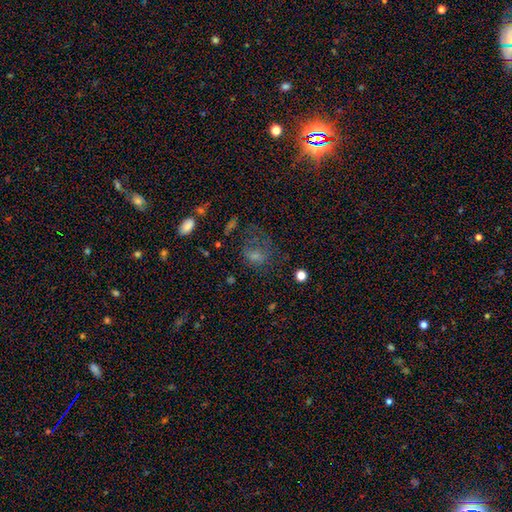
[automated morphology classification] A smooth galaxy with no disk features (58%) that is round (52%).

Vote fractions:
- Smooth or featured? smooth: 58% / featured or disk: 24% / star or artifact: 18%
- How rounded? round: 52% / in between: 47% / cigar-shaped: 1%
- Merging? major disturbance: 43% / none: 34% / minor disturbance: 19% / merger: 4%